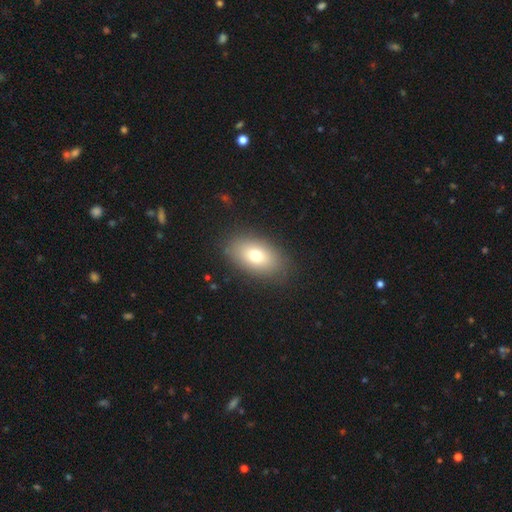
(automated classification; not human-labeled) Smooth or featured?
  - smooth: 73% *
  - featured or disk: 17%
  - star or artifact: 10%
How rounded?
  - in between: 87% *
  - round: 11%
  - cigar-shaped: 2%
Merging?
  - none: 85% *
  - minor disturbance: 10%
  - major disturbance: 4%
  - merger: 1%